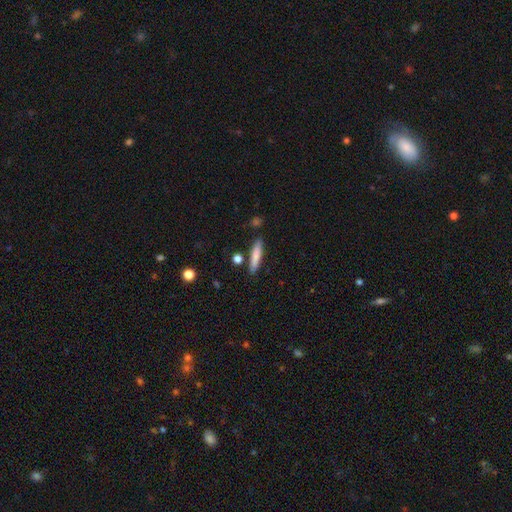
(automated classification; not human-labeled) This is likely a smooth galaxy (78%). How rounded: clearly cigar-shaped (87%). Merging: clearly none (84%).